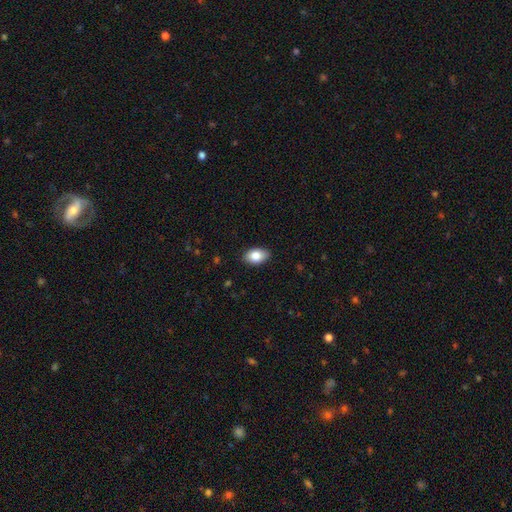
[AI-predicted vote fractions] This is clearly a smooth galaxy (84%). How rounded: clearly in between (90%). Merging: clearly none (87%).